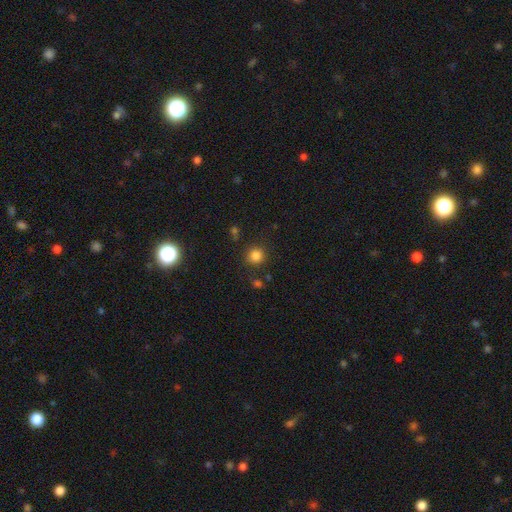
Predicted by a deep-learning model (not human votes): smooth_or_featured: smooth (p=0.82) [alt: star or artifact p=0.13]
how_rounded: round (p=0.92) [alt: in between p=0.07]
merging: none (p=0.85) [alt: minor disturbance p=0.08]